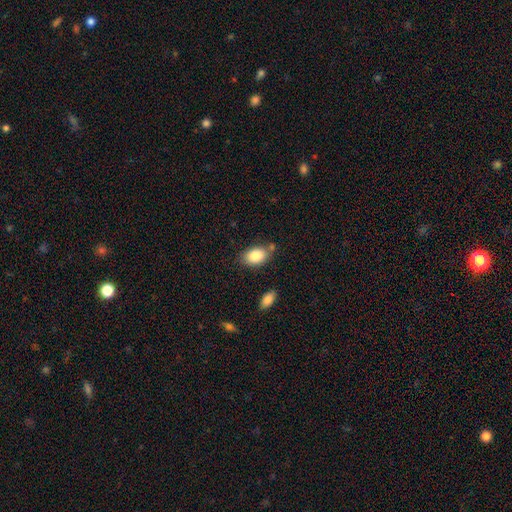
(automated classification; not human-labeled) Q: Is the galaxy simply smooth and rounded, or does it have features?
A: smooth — 85%.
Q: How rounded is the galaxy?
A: in between — 88%.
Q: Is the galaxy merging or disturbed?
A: none — 72%.